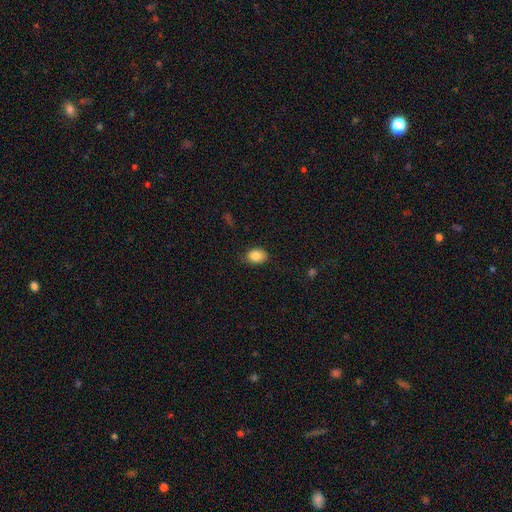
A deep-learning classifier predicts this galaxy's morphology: A smooth galaxy with no disk features (86%) that is in between round and cigar-shaped (70%). Merging: none (78%).